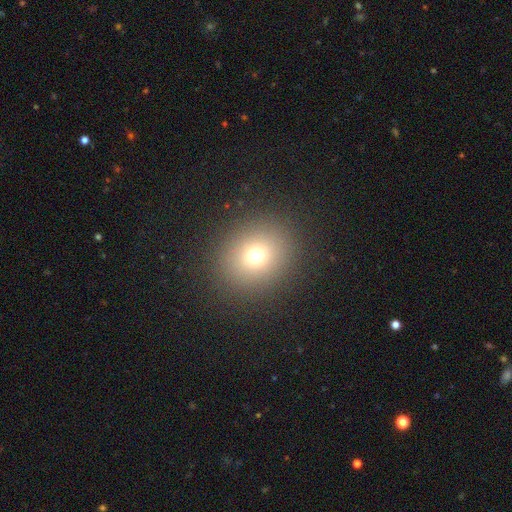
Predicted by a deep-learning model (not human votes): smooth_or_featured: smooth (p=0.72) [alt: star or artifact p=0.18]
how_rounded: round (p=0.75) [alt: in between p=0.24]
merging: none (p=0.89) [alt: minor disturbance p=0.06]